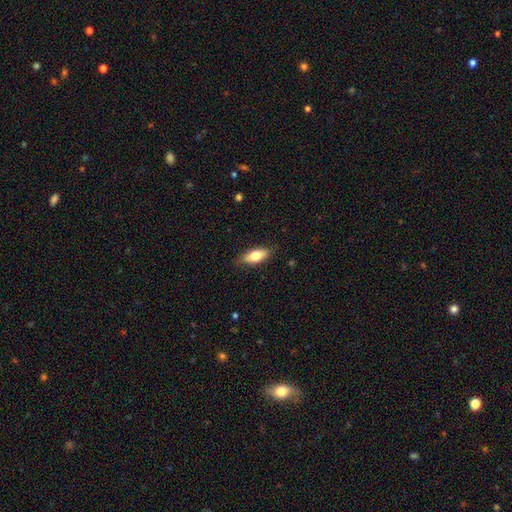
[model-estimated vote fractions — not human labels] Smooth or featured? Predicted: smooth (p=0.73). How rounded? Predicted: in between (p=0.80). Merging? Predicted: none (p=0.82).